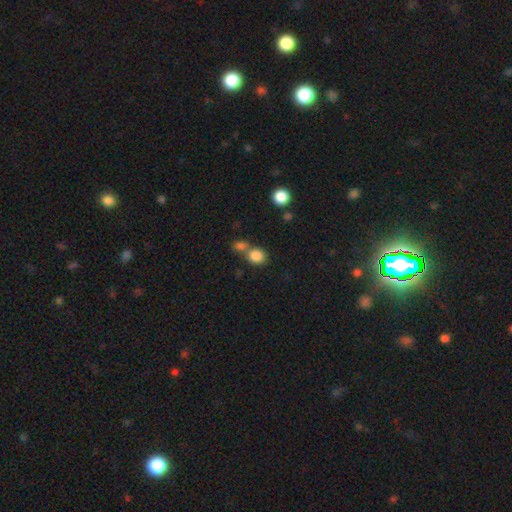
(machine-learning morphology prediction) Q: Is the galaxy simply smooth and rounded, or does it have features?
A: smooth — 85%.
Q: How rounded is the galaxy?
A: round — 74%.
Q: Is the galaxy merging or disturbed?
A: none — 48%.